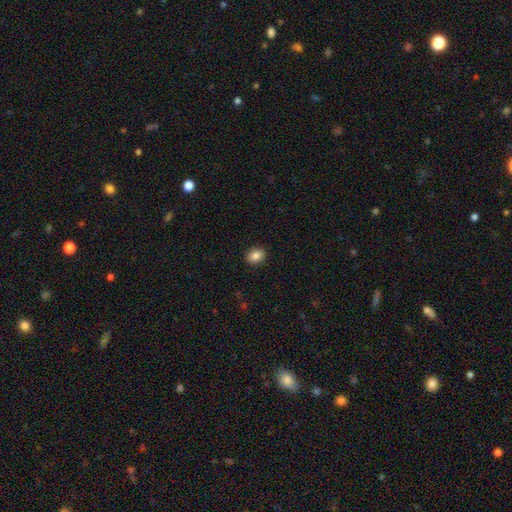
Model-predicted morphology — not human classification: type=smooth (86%); roundness=in between (52%); merging=none (91%).